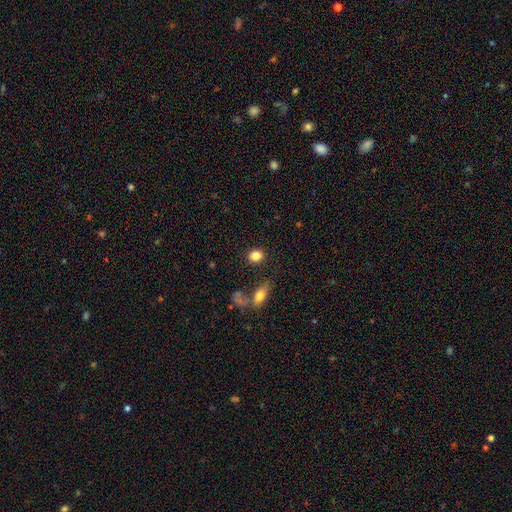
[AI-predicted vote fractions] This is clearly a smooth galaxy (84%). How rounded: likely round (60%). Merging: clearly none (84%).